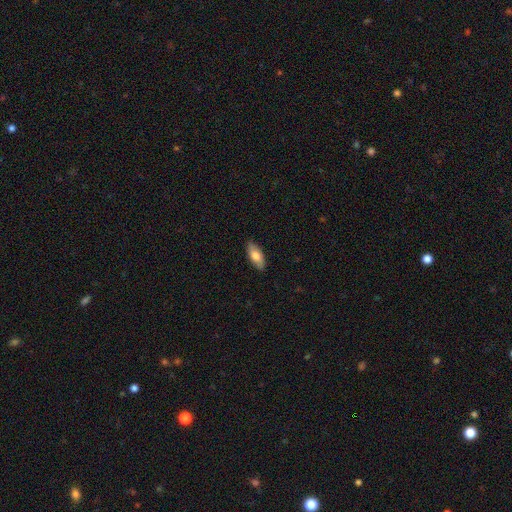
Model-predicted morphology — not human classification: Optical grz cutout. It shows a smooth galaxy with no disk features (73%) that is in between round and cigar-shaped (82%). Merging: none (88%).